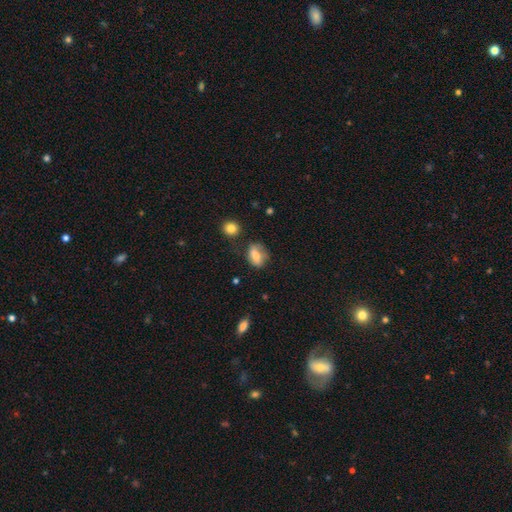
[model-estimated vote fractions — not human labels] Overall: smooth (68%). How rounded: in between (68%; round 29%). Merging: none (60%; minor disturbance 25%).